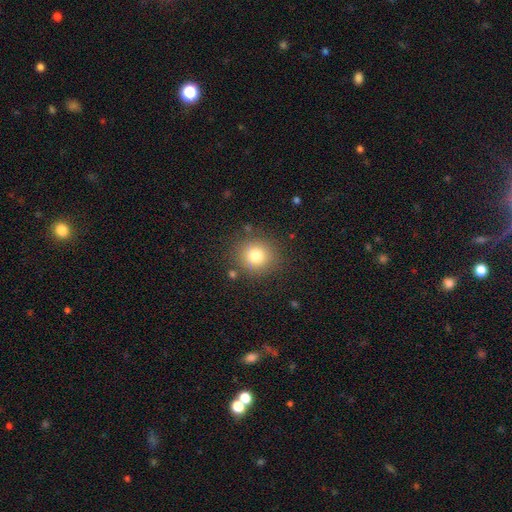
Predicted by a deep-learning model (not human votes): This is likely a smooth galaxy (78%). How rounded: clearly round (90%). Merging: clearly none (85%).